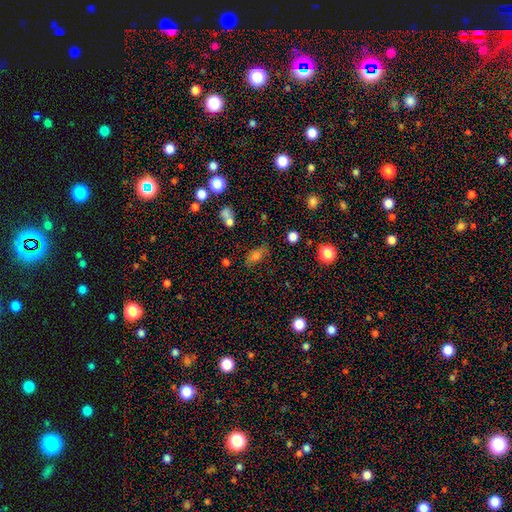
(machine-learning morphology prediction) Overall: smooth (67%). How rounded: in between (78%). Merging: none (70%).